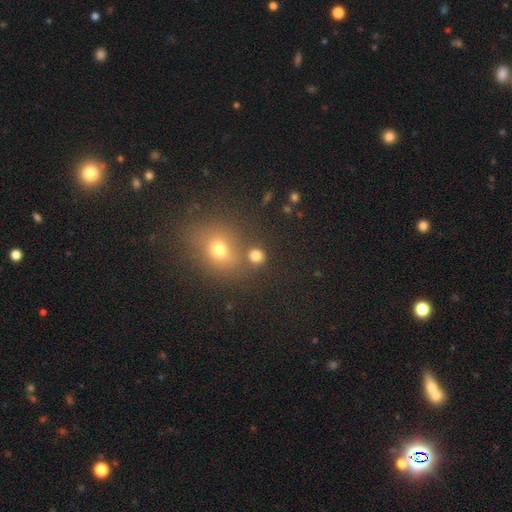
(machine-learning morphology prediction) Smooth or featured? smooth (77%)
How rounded? round (81%)
Merging? none (69%)